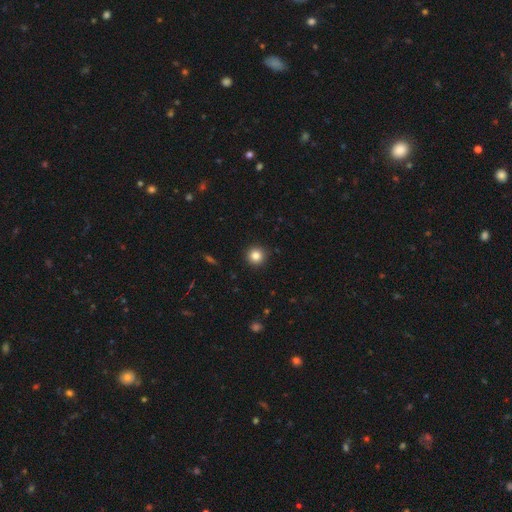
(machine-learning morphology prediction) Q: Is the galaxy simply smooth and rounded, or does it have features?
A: smooth — 84%.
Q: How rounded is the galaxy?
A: round — 96%.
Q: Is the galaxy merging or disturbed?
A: none — 93%.